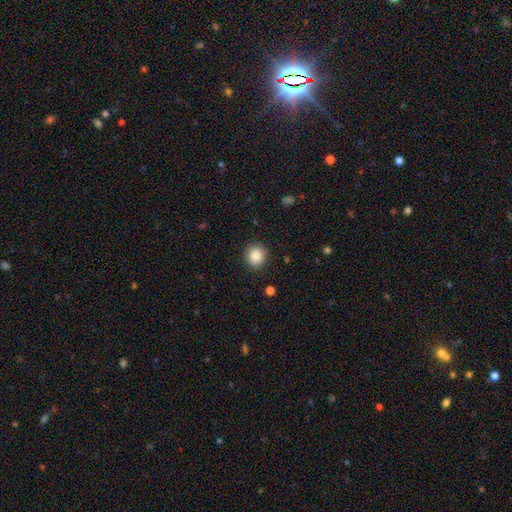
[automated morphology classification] type=smooth (86%); roundness=round (84%); merging=none (90%).